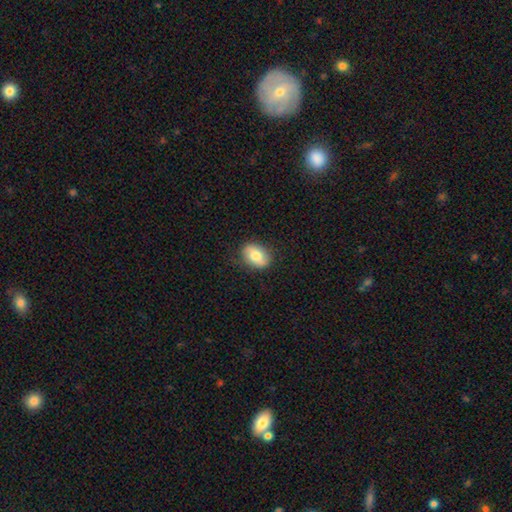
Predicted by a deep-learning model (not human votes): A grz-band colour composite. It shows a smooth galaxy with no disk features (71%) that is in between round and cigar-shaped (75%). Merging: none (81%).